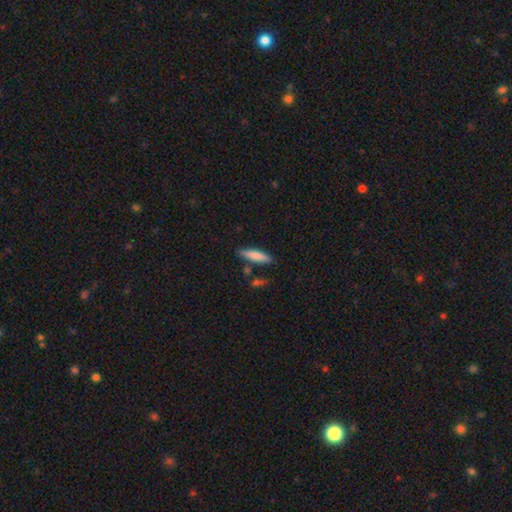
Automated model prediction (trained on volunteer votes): Morphology: type=smooth (76%); roundness=cigar-shaped (79%); merging=none (80%).